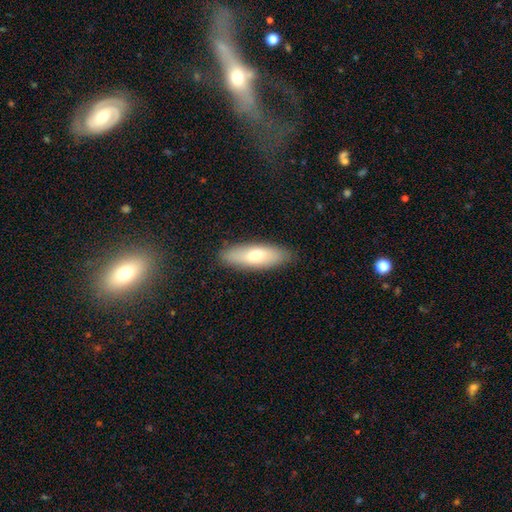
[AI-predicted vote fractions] Q: Smooth or featured?
A: smooth (68%); runner-up: featured or disk (25%)
Q: How rounded?
A: in between (58%); runner-up: cigar-shaped (40%)
Q: Merging?
A: none (88%); runner-up: minor disturbance (9%)